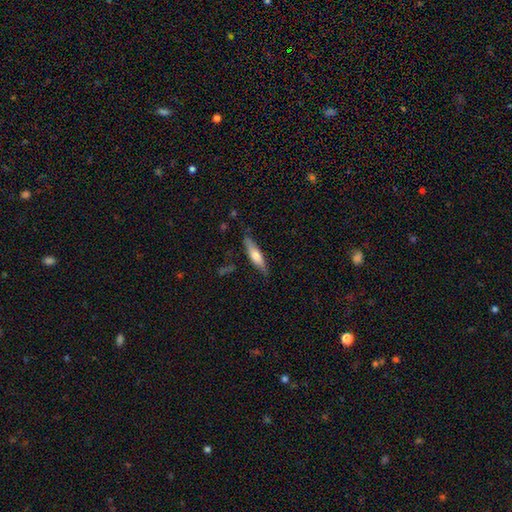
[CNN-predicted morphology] Q: Smooth or featured?
A: smooth (56%); runner-up: featured or disk (38%)
Q: How rounded?
A: cigar-shaped (76%); runner-up: in between (23%)
Q: Merging?
A: none (80%); runner-up: minor disturbance (15%)